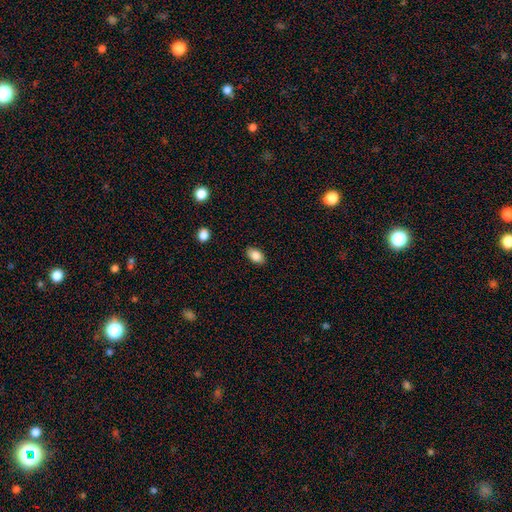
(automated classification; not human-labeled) This appears to be a smooth galaxy with no disk features (86%) that is in between round and cigar-shaped (89%). Merging: none (87%).